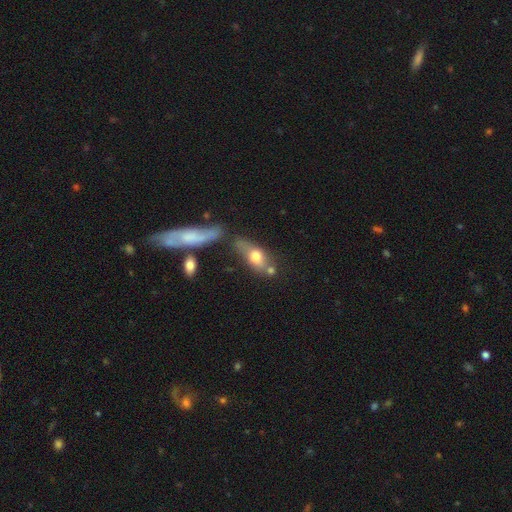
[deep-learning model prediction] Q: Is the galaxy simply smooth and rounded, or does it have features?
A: smooth — 62%.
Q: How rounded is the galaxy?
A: in between — 66%.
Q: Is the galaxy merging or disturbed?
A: none — 41%.